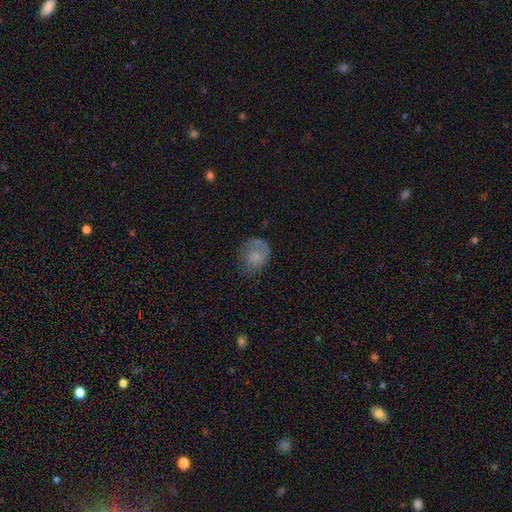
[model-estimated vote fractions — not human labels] smooth-or-featured: smooth: 67% | featured or disk: 23% | star or artifact: 10%
  how-rounded: round: 56% | in between: 43% | cigar-shaped: 1%
  merging: none: 50% | minor disturbance: 29% | major disturbance: 19% | merger: 2%